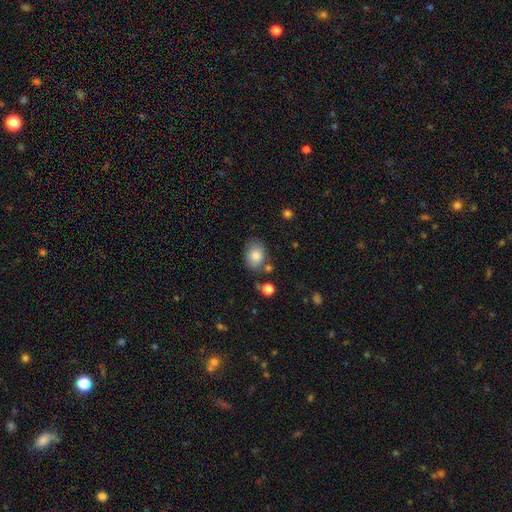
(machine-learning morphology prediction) smooth 82%, featured or disk 9%, star or artifact 8%. Down the decision tree: how rounded — in between (68%); merging — none (69%).